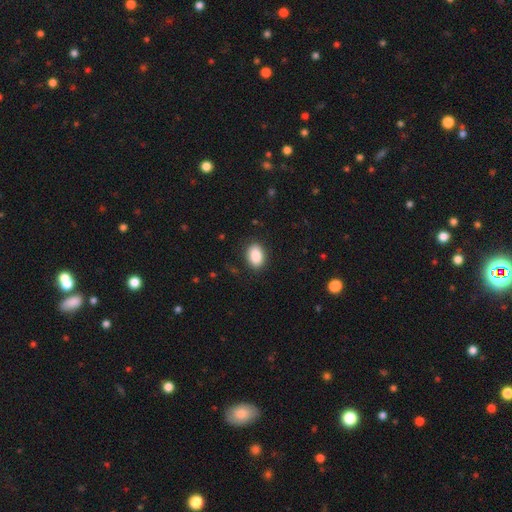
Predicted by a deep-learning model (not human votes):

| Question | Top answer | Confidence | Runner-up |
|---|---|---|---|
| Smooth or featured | smooth | 89% | star or artifact (7%) |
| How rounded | in between | 84% | round (15%) |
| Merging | none | 87% | minor disturbance (9%) |